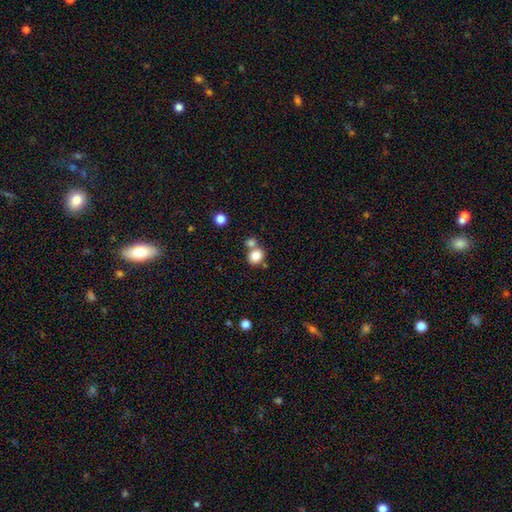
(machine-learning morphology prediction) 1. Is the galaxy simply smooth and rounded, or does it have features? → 83% smooth, 10% star or artifact, 7% featured or disk.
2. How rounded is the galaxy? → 73% round, 26% in between, 1% cigar-shaped.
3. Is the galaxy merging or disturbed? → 54% none, 34% merger, 9% minor disturbance, 3% major disturbance.